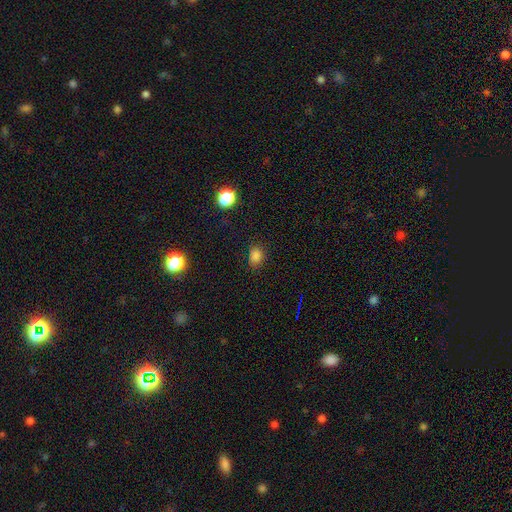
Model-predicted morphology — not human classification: smooth 79%, star or artifact 17%, featured or disk 4%. Down the decision tree: how rounded — round (51%); merging — none (79%).